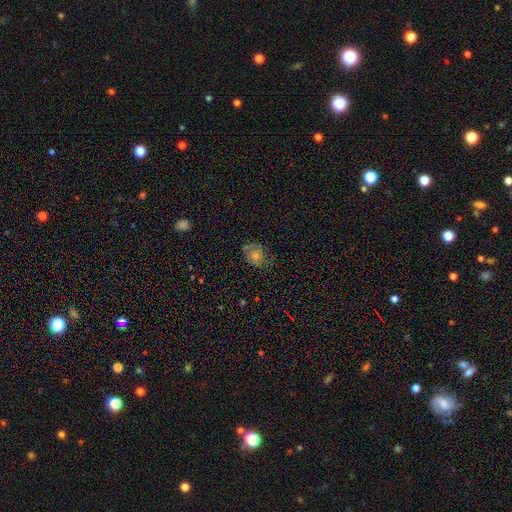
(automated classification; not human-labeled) This appears to be a smooth galaxy with no disk features (42%). Merging: none (67%).